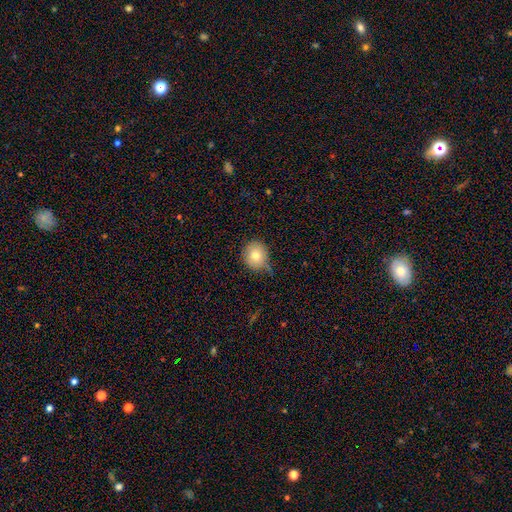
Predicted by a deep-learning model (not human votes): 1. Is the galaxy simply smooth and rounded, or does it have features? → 78% smooth, 12% featured or disk, 10% star or artifact.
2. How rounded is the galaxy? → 82% round, 17% in between, 1% cigar-shaped.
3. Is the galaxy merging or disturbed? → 66% none, 25% minor disturbance, 6% major disturbance, 3% merger.